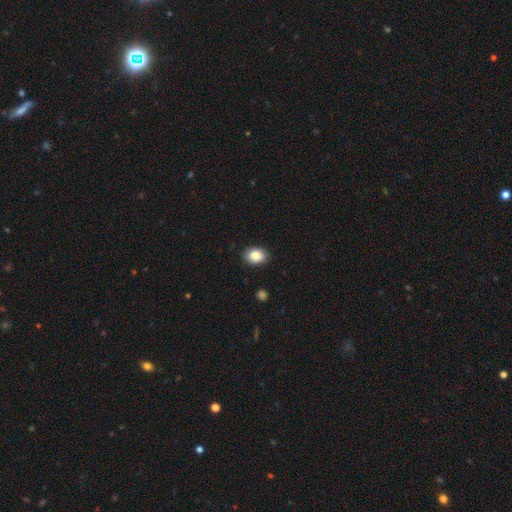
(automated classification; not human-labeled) Morphology: type=smooth (86%); roundness=in between (66%); merging=none (89%).